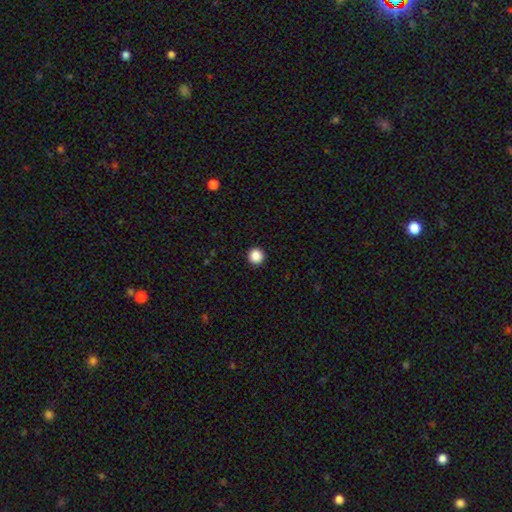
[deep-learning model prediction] The model was most divided on "smooth or featured": smooth: 87%, star or artifact: 10%, featured or disk: 2%. More confident: how rounded — round (97%); merging — none (94%).